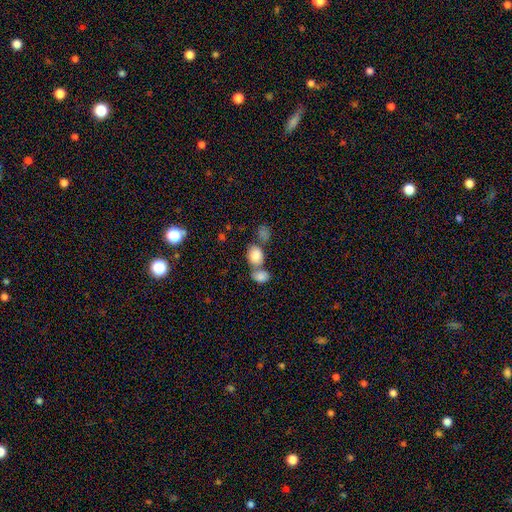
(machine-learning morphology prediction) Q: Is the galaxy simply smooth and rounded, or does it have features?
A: smooth — 82%.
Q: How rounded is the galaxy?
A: in between — 62%.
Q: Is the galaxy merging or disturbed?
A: merger — 49%.